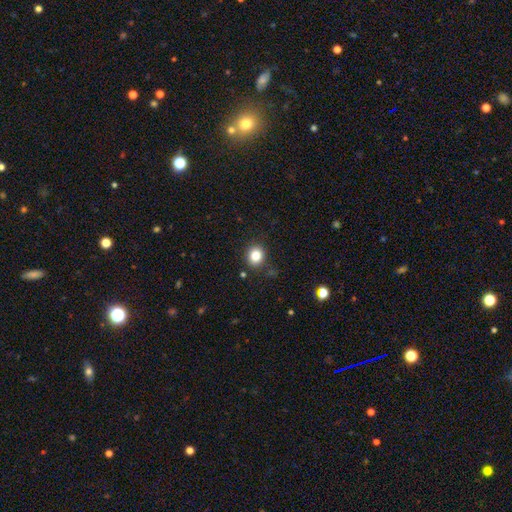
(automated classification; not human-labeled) This is clearly a smooth galaxy (83%). How rounded: likely round (75%). Merging: clearly none (86%).